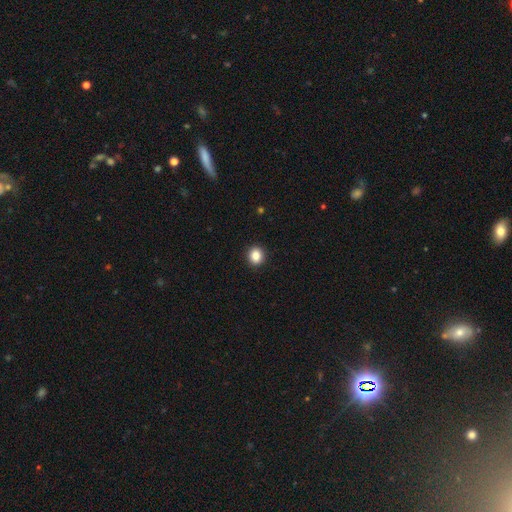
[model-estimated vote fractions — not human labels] The model was most divided on "how rounded": round: 78%, in between: 21%, cigar-shaped: 1%. More confident: merging — none (92%); smooth or featured — smooth (86%).